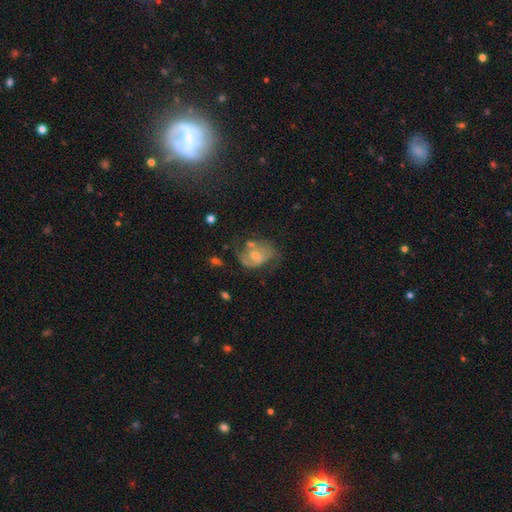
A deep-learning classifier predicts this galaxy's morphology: featured or disk 62%, smooth 30%, star or artifact 8%. Down the decision tree: edge-on disk — no (97%); bar — no (60%); spiral arms — yes (72%); bulge size — small (51%); merging — none (36%).